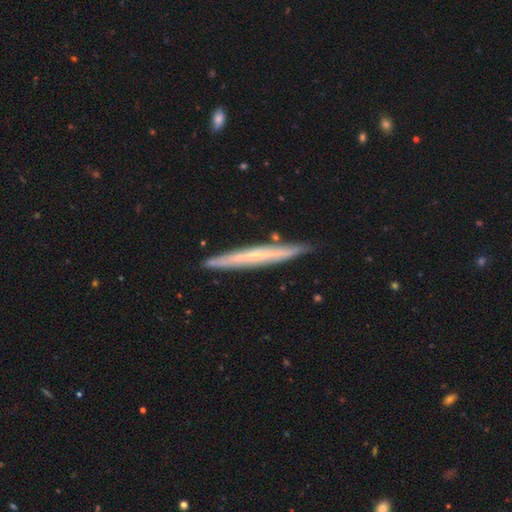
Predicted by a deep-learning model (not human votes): This is possibly a featured or disk galaxy (57%). It is clearly viewed edge-on (92%). Edge-on bulge: likely none (71%). Merging: clearly none (86%).